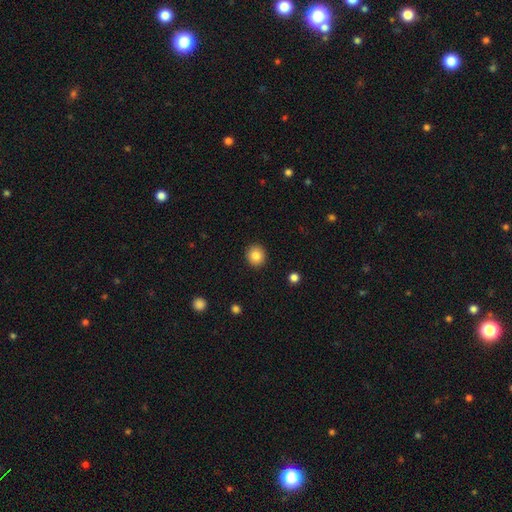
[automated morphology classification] This appears to be a smooth galaxy with no disk features (85%) that is round (88%). Merging: none (92%).